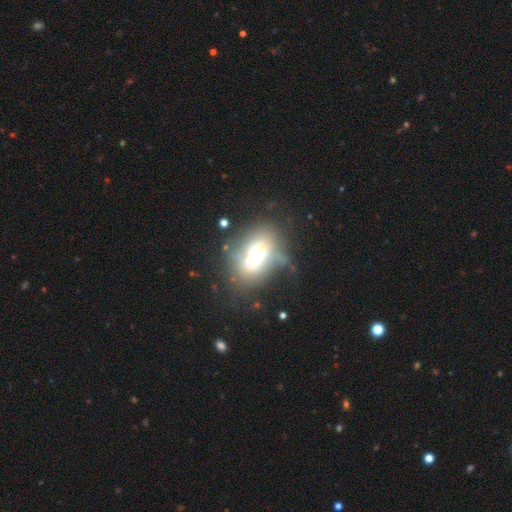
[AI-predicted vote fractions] Smooth or featured? Predicted: smooth (p=0.49). Merging? Predicted: none (p=0.45).